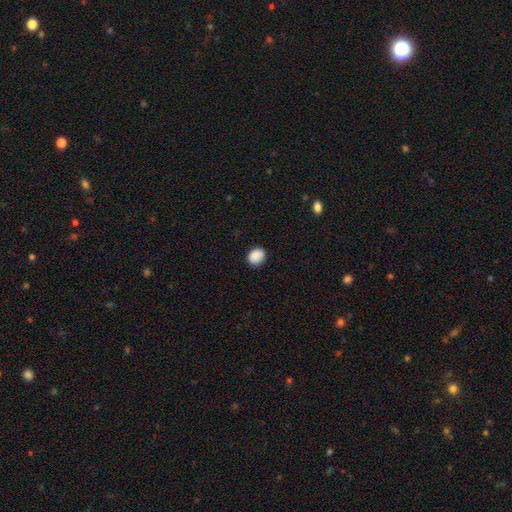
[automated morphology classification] A smooth galaxy with no disk features (89%) that is round (53%). Merging: none (87%).